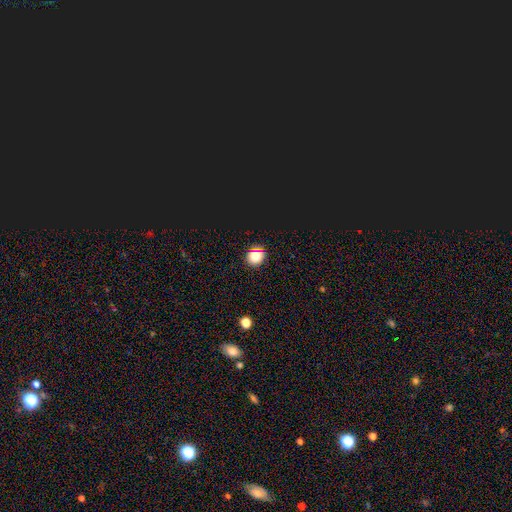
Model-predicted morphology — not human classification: Smooth or featured? smooth (70%)
How rounded? round (80%)
Merging? none (85%)